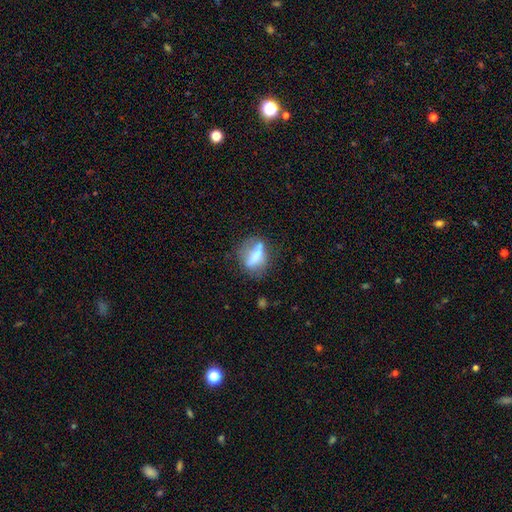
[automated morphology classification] A smooth galaxy with no disk features (53%) that is in between round and cigar-shaped (52%).

Vote fractions:
- Smooth or featured? smooth: 53% / featured or disk: 36% / star or artifact: 11%
- How rounded? in between: 52% / cigar-shaped: 28% / round: 21%
- Merging? none: 53% / minor disturbance: 22% / major disturbance: 15% / merger: 10%